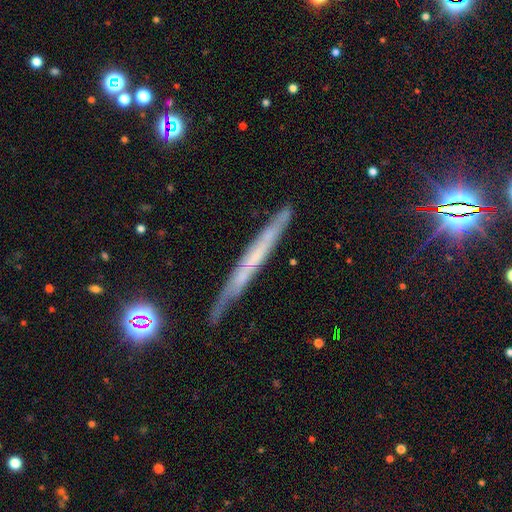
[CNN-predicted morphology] Smooth or featured?
  - featured or disk: 62% *
  - smooth: 28%
  - star or artifact: 10%
Edge-on disk?
  - yes: 90% *
  - no: 10%
Edge-on bulge?
  - none: 82% *
  - rounded: 12%
  - boxy: 6%
Merging?
  - none: 80% *
  - minor disturbance: 15%
  - major disturbance: 3%
  - merger: 2%